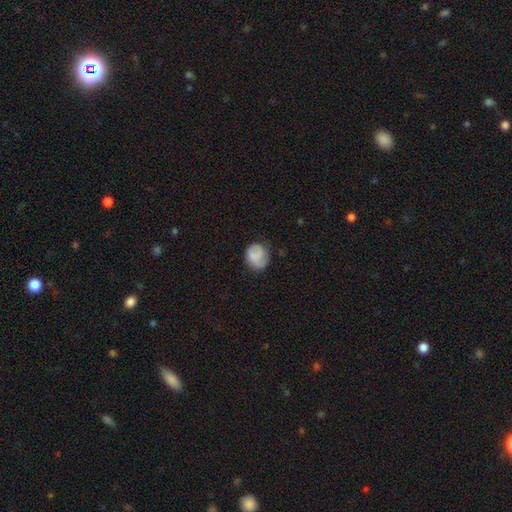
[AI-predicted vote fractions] Smooth or featured: smooth — 60% (featured or disk — 32%)
How rounded: round — 68% (in between — 31%)
Merging: none — 62% (minor disturbance — 26%)